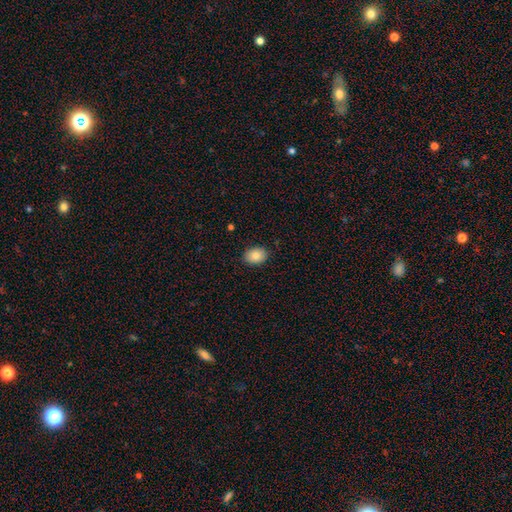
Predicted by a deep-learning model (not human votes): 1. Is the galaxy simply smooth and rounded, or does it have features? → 85% smooth, 8% star or artifact, 7% featured or disk.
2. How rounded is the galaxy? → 68% in between, 31% round, 1% cigar-shaped.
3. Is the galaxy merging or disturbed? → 89% none, 9% minor disturbance, 2% major disturbance, 1% merger.